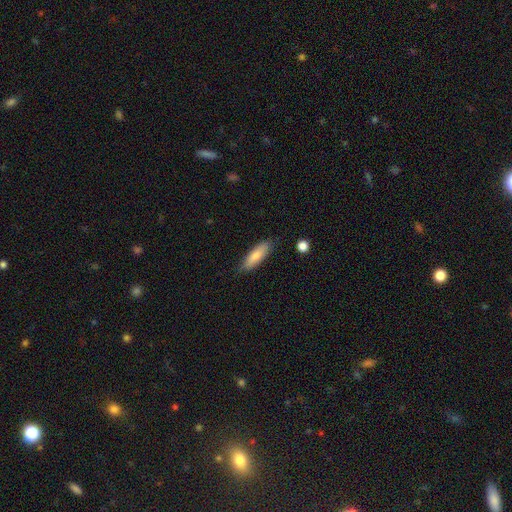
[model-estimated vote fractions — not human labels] A smooth galaxy with no disk features (79%) that is cigar-shaped (52%).

Vote fractions:
- Smooth or featured? smooth: 79% / featured or disk: 14% / star or artifact: 6%
- How rounded? cigar-shaped: 52% / in between: 46% / round: 2%
- Merging? none: 80% / minor disturbance: 16% / major disturbance: 3% / merger: 2%